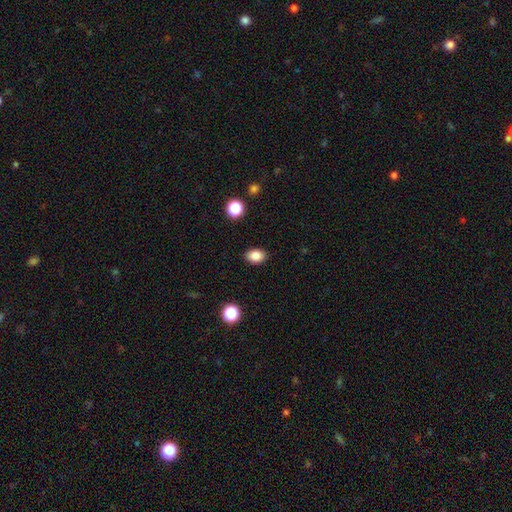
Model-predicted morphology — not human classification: Q: Smooth or featured?
A: smooth (86%); runner-up: star or artifact (10%)
Q: How rounded?
A: in between (73%); runner-up: round (26%)
Q: Merging?
A: none (89%); runner-up: minor disturbance (8%)